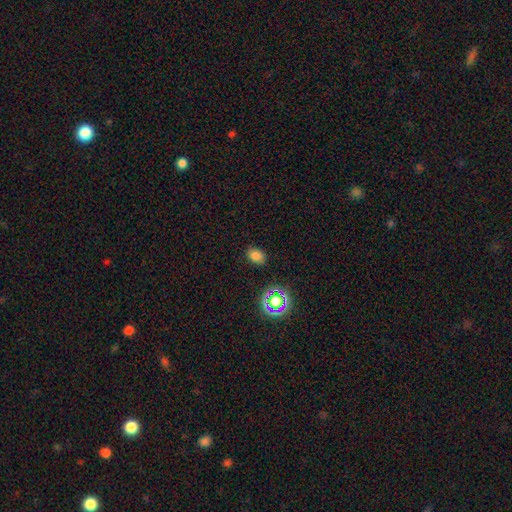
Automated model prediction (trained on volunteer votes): Morphology: type=smooth (76%); roundness=in between (70%); merging=none (85%).